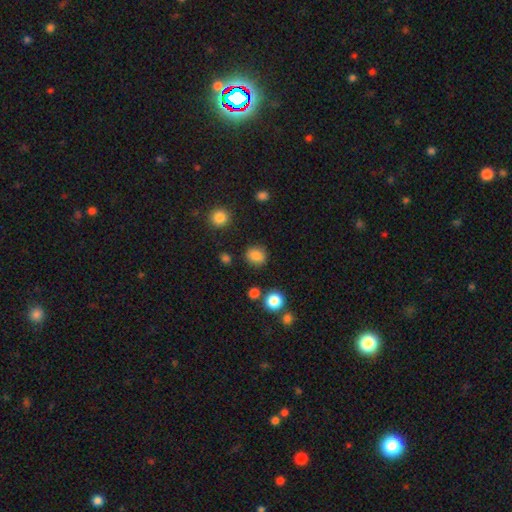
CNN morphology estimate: A smooth galaxy with no disk features (83%) that is round (83%).

Vote fractions:
- Smooth or featured? smooth: 83% / star or artifact: 12% / featured or disk: 5%
- How rounded? round: 83% / in between: 16% / cigar-shaped: 1%
- Merging? none: 86% / minor disturbance: 8% / major disturbance: 3% / merger: 2%